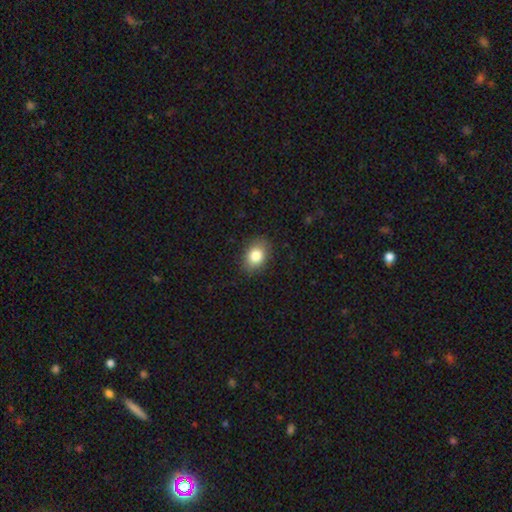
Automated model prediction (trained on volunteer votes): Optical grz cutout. It shows a smooth galaxy with no disk features (82%) that is in between round and cigar-shaped (76%). Merging: none (86%).